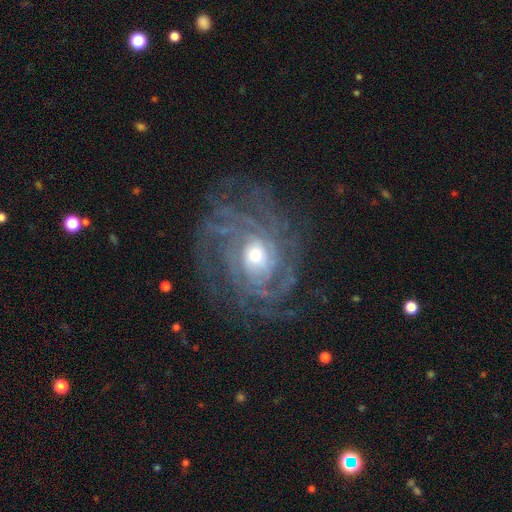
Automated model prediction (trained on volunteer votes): Smooth or featured: featured or disk — 89% (star or artifact — 6%)
Edge-on disk: no — 97% (yes — 3%)
Bar: no — 67% (weak — 24%)
Spiral arms: yes — 96% (no — 4%)
Spiral winding: tight — 72% (medium — 23%)
Spiral arm count: can't tell — 32% (4 — 18%)
Bulge size: moderate — 67% (small — 19%)
Merging: none — 74% (minor disturbance — 15%)